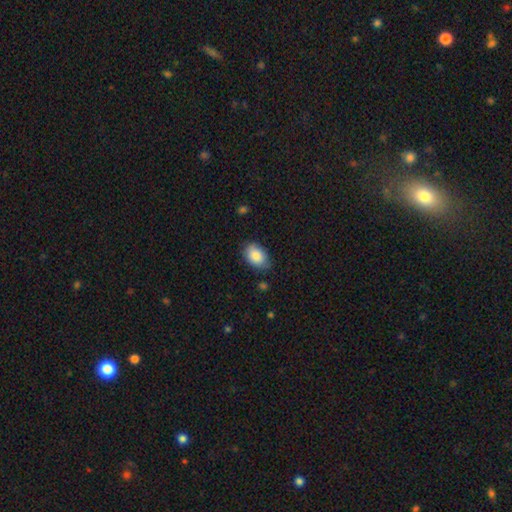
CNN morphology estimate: Smooth or featured? smooth (86%)
How rounded? in between (84%)
Merging? none (74%)